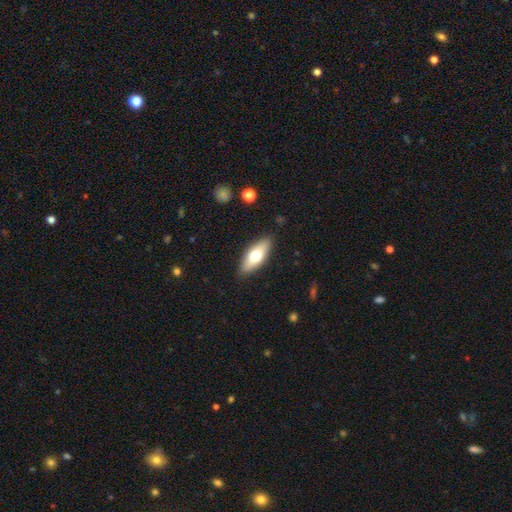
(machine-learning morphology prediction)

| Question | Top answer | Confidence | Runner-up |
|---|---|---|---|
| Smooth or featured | smooth | 65% | featured or disk (29%) |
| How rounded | in between | 73% | cigar-shaped (24%) |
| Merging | none | 87% | minor disturbance (9%) |